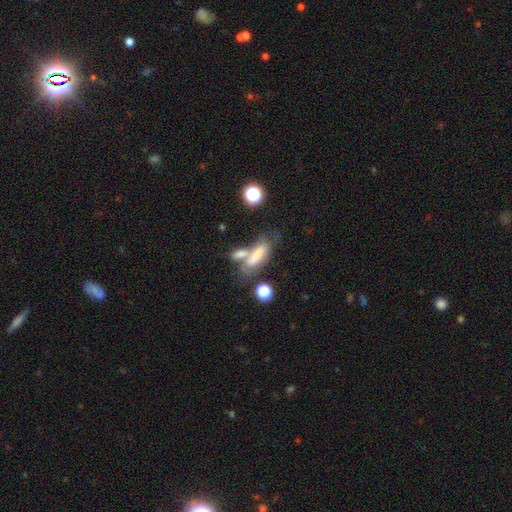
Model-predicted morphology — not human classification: Smooth or featured? smooth (69%)
How rounded? in between (56%)
Merging? merger (47%)